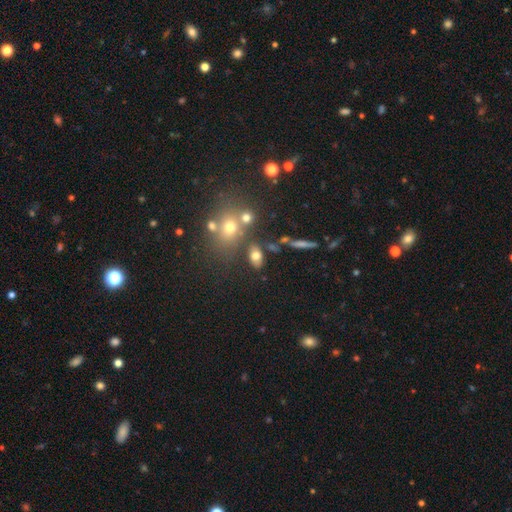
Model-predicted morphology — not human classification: Overall: smooth (71%). How rounded: in between (82%). Merging: none (70%).